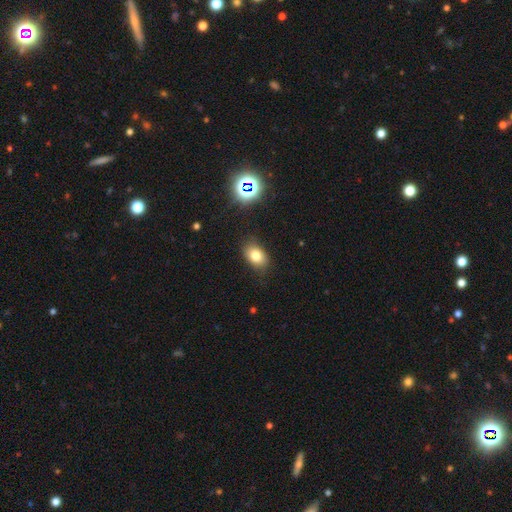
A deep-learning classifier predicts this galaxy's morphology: Smooth or featured?
  - smooth: 78% *
  - star or artifact: 13%
  - featured or disk: 9%
How rounded?
  - in between: 82% *
  - round: 17%
  - cigar-shaped: 1%
Merging?
  - none: 82% *
  - minor disturbance: 13%
  - major disturbance: 3%
  - merger: 2%